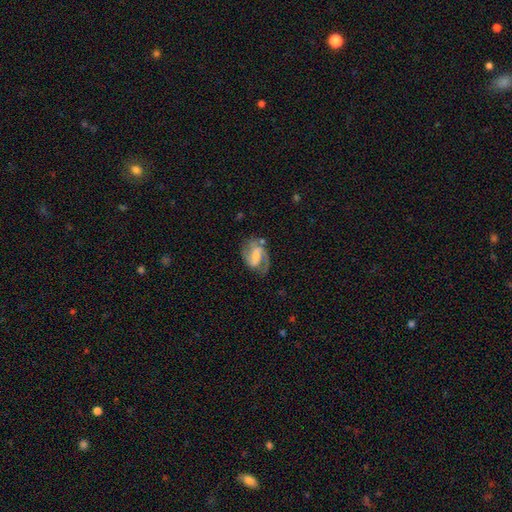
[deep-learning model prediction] Overall: featured or disk (77%). Edge-on disk: no (97%). Bar: weak (45%; strong 34%). Spiral arms: yes (92%). Spiral arm count: 2 (80%). Spiral winding: medium (51%; loose 27%). Bulge size: small (43%; moderate 36%). Merging: none (61%).